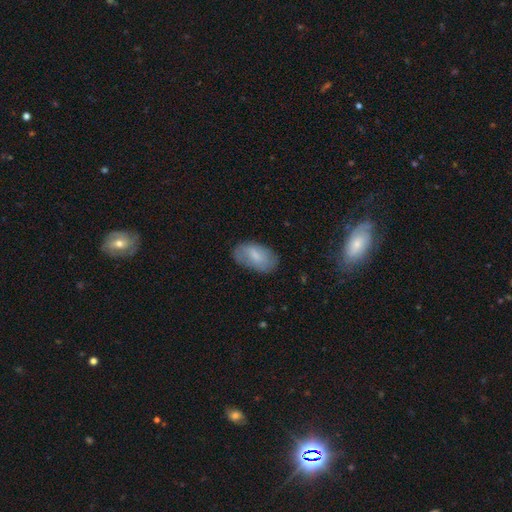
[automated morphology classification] This is likely a smooth galaxy (71%). How rounded: clearly in between (94%). Merging: likely none (75%).